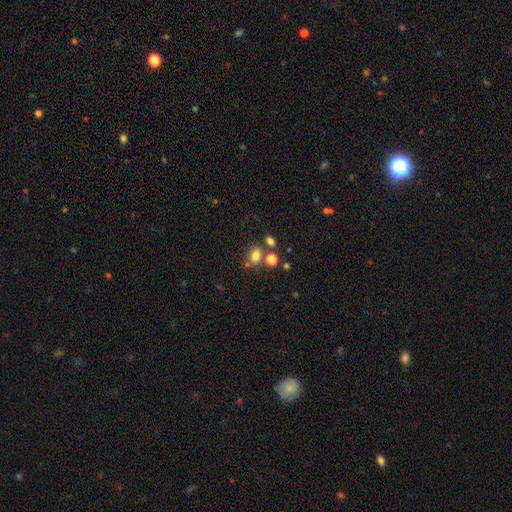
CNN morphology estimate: This is likely a smooth galaxy (77%). How rounded: likely in between (62%). Merging: likely none (63%).